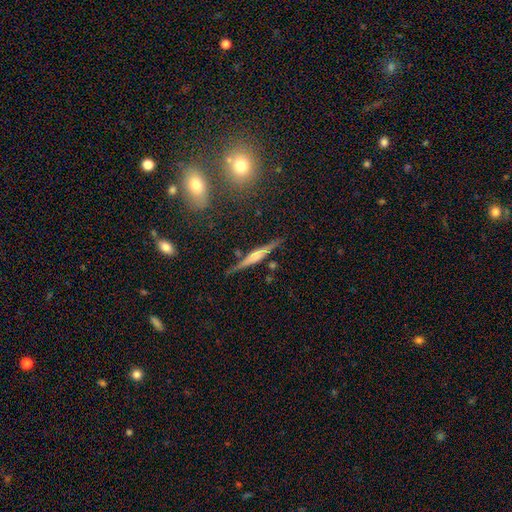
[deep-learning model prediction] Smooth or featured: featured or disk — 67% (smooth — 25%)
Edge-on disk: yes — 96% (no — 4%)
Edge-on bulge: rounded — 49% (boxy — 34%)
Merging: none — 83% (minor disturbance — 11%)